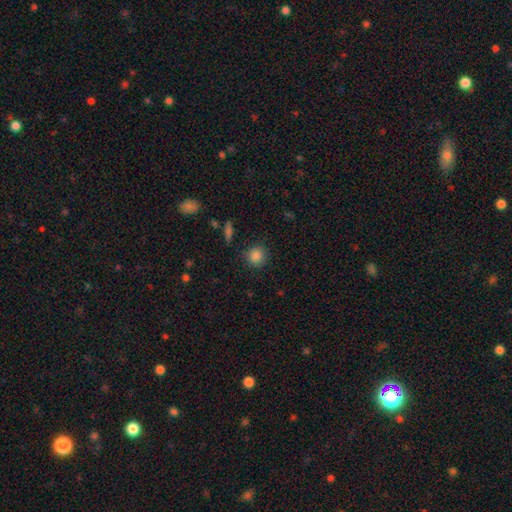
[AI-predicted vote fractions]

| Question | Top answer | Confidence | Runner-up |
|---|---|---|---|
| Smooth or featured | smooth | 86% | star or artifact (10%) |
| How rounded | round | 88% | in between (11%) |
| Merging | none | 85% | minor disturbance (10%) |